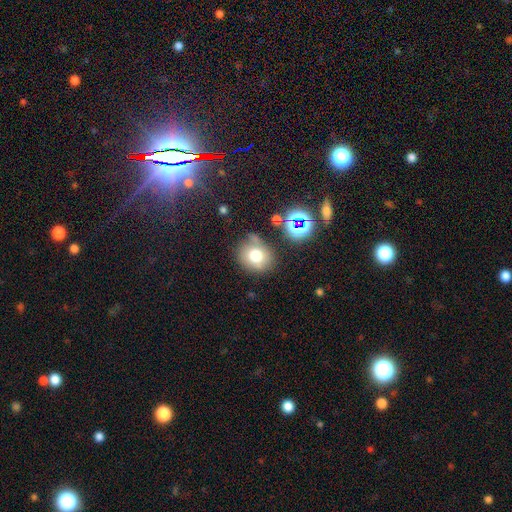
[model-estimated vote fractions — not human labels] This is likely a smooth galaxy (71%). How rounded: likely round (76%). Merging: likely none (68%).